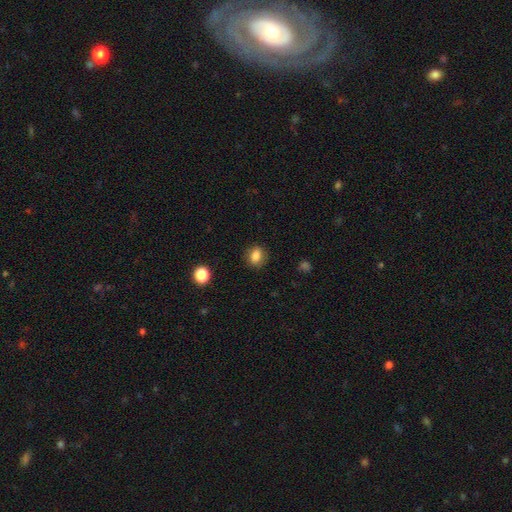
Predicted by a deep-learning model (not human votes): Smooth or featured: smooth — 84% (star or artifact — 10%)
How rounded: in between — 50% (round — 48%)
Merging: none — 85% (minor disturbance — 11%)